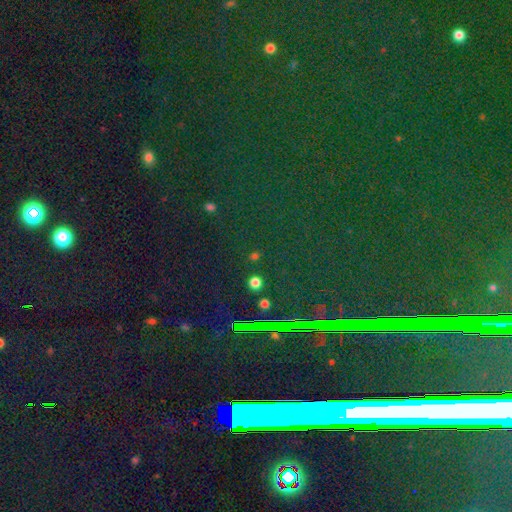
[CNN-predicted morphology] smooth_or_featured: star or artifact (p=0.81) [alt: smooth p=0.11]